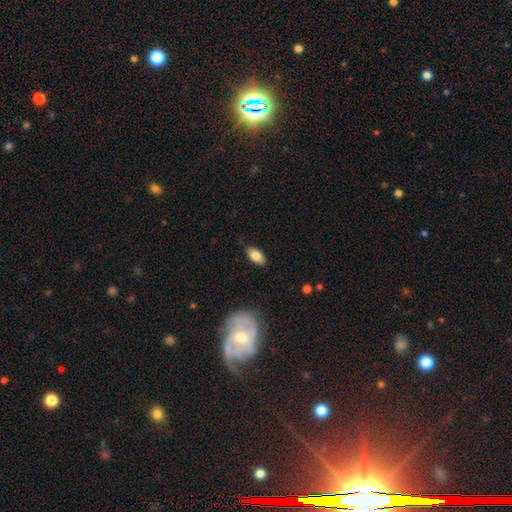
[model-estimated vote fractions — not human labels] Smooth or featured? smooth (80%)
How rounded? in between (91%)
Merging? none (83%)